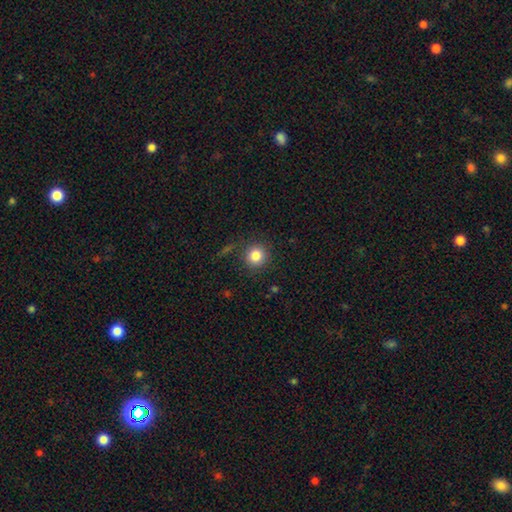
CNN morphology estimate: A smooth galaxy with no disk features (83%) that is round (93%).

Vote fractions:
- Smooth or featured? smooth: 83% / star or artifact: 11% / featured or disk: 6%
- How rounded? round: 93% / in between: 7% / cigar-shaped: 1%
- Merging? none: 87% / minor disturbance: 8% / major disturbance: 3% / merger: 2%